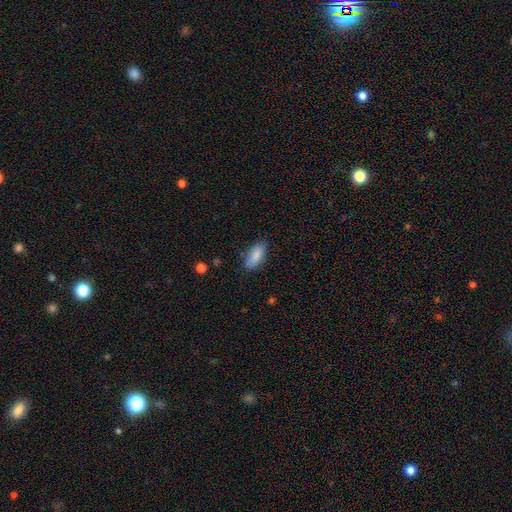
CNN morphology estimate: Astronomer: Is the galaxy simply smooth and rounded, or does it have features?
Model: smooth — 87%.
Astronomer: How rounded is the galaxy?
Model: in between — 82%.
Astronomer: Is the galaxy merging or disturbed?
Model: none — 80%.